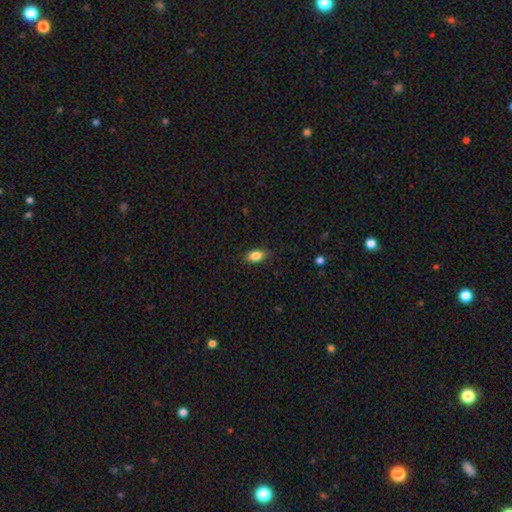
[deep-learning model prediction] This is clearly a smooth galaxy (85%). How rounded: clearly in between (87%). Merging: clearly none (86%).